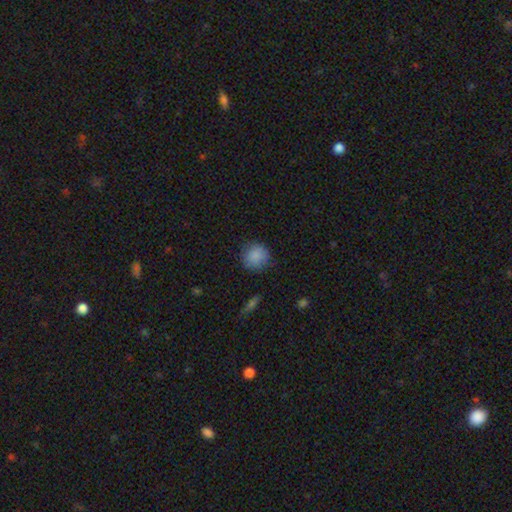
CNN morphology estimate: smooth 87%, star or artifact 8%, featured or disk 4%. Down the decision tree: how rounded — round (90%); merging — none (83%).